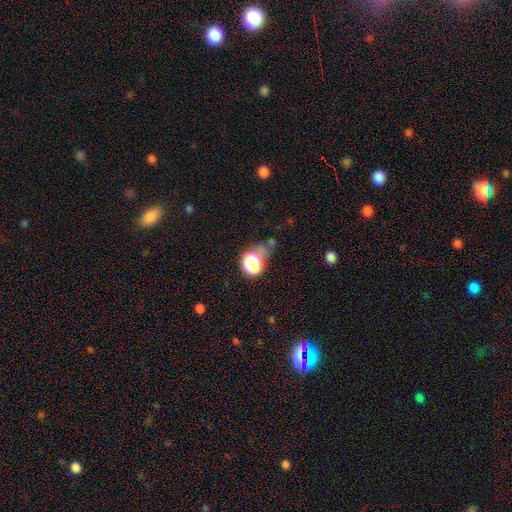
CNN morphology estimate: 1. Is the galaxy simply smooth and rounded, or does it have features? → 50% smooth, 41% star or artifact, 9% featured or disk.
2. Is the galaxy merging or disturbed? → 59% none, 18% minor disturbance, 14% major disturbance, 9% merger.